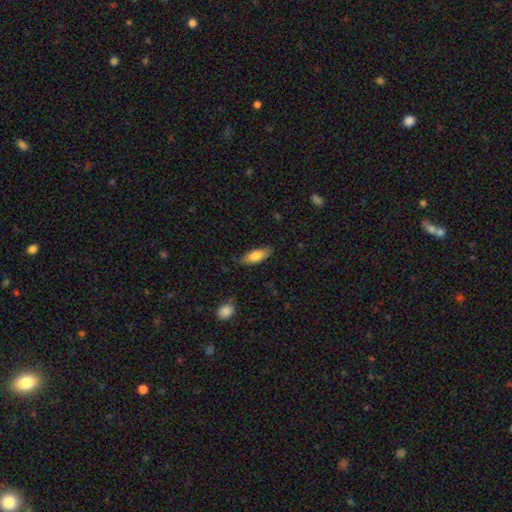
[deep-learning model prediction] smooth 77%, featured or disk 17%, star or artifact 6%. Down the decision tree: how rounded — in between (72%); merging — none (80%).